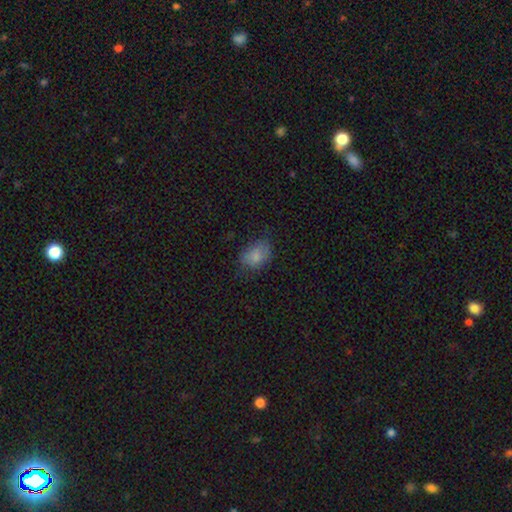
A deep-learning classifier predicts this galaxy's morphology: Smooth or featured: smooth — 79% (featured or disk — 12%)
How rounded: in between — 78% (round — 21%)
Merging: none — 62% (minor disturbance — 27%)